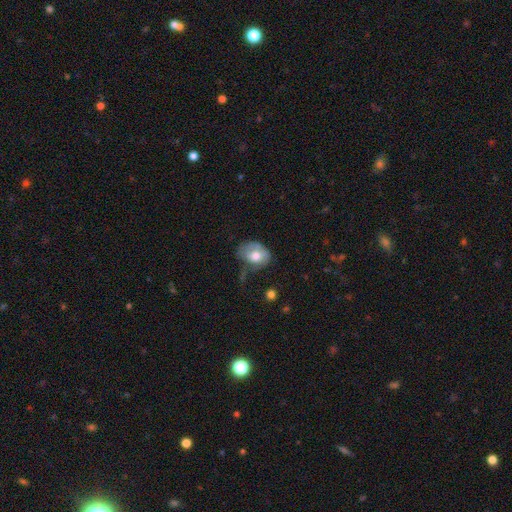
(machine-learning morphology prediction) A smooth galaxy with no disk features (59%) that is in between round and cigar-shaped (67%). Merging: none (36%).